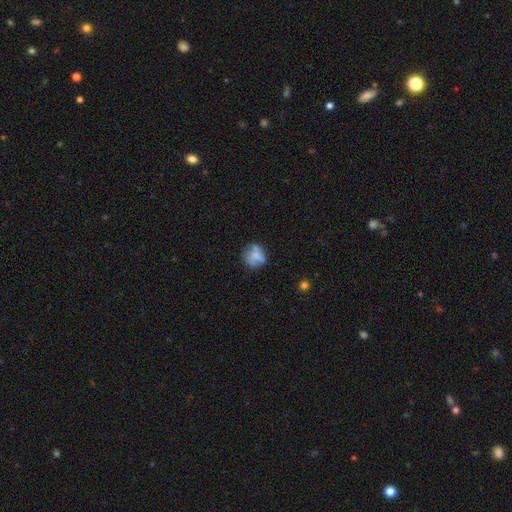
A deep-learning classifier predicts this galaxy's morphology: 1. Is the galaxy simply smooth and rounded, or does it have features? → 60% smooth, 30% featured or disk, 10% star or artifact.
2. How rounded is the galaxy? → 76% round, 23% in between, 1% cigar-shaped.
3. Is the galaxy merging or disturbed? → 54% none, 25% minor disturbance, 13% major disturbance, 8% merger.